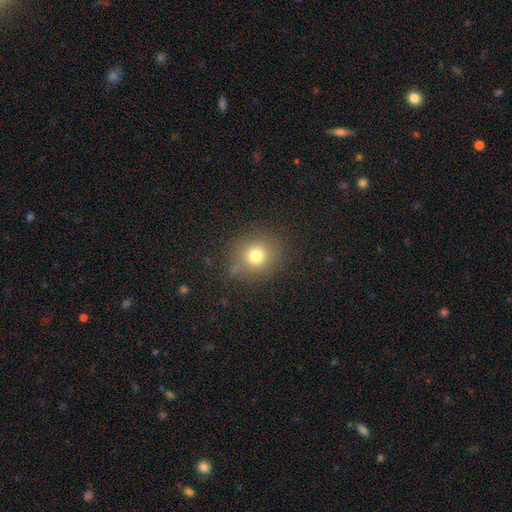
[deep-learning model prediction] The model was most divided on "smooth or featured": smooth: 75%, star or artifact: 15%, featured or disk: 10%. More confident: merging — none (82%); how rounded — round (82%).